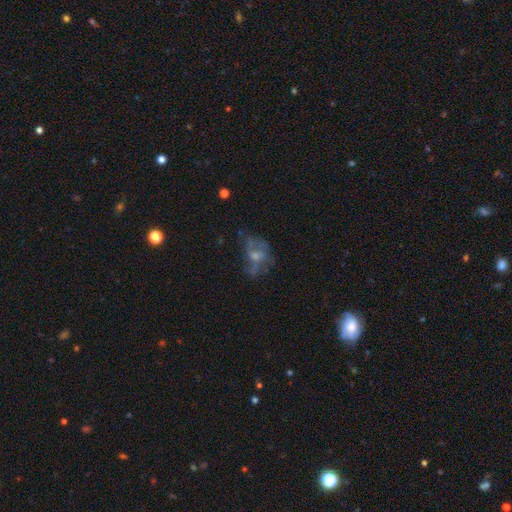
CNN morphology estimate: A featured or disk galaxy (54%) with no bar (74%), no spiral arms (64%) and a moderate central bulge (41%).

Vote fractions:
- Smooth or featured? featured or disk: 54% / smooth: 28% / star or artifact: 19%
- Edge-on disk? no: 95% / yes: 5%
- Bar? no: 74% / weak: 21% / strong: 4%
- Spiral arms? no: 64% / yes: 36%
- Bulge size? moderate: 41% / small: 39% / none: 15% / large: 4% / dominant: 1%
- Merging? none: 45% / major disturbance: 29% / minor disturbance: 21% / merger: 5%